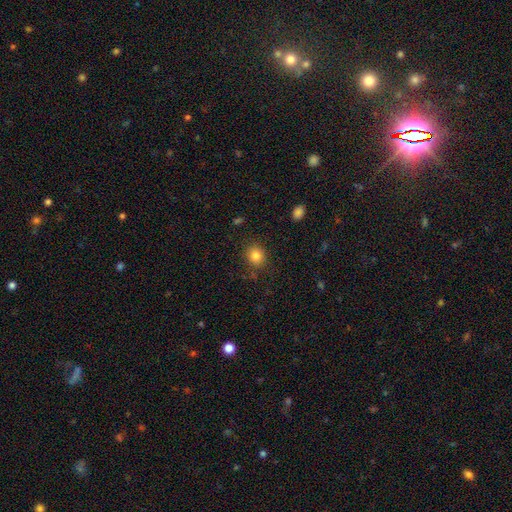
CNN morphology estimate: The model was most divided on "how rounded": round: 79%, in between: 20%, cigar-shaped: 1%. More confident: merging — none (85%); smooth or featured — smooth (84%).